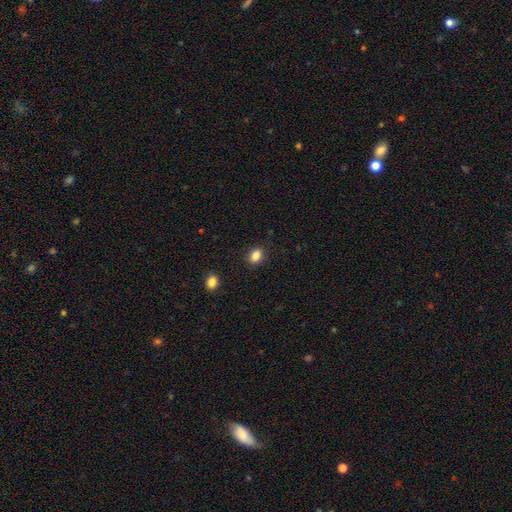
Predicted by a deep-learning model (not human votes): The model was most divided on "how rounded": in between: 68%, round: 31%, cigar-shaped: 1%. More confident: merging — none (87%); smooth or featured — smooth (85%).